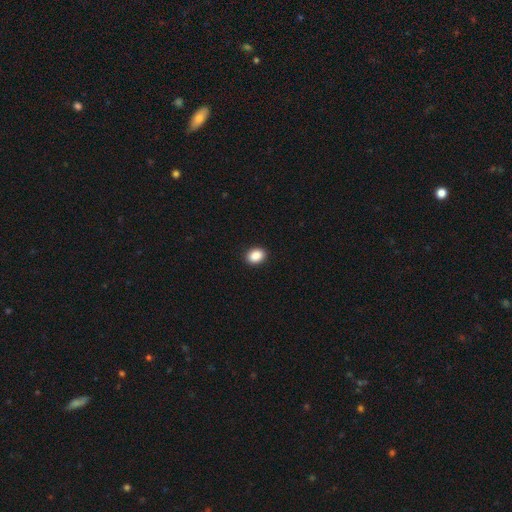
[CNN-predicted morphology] Smooth or featured? smooth (89%)
How rounded? in between (64%)
Merging? none (91%)